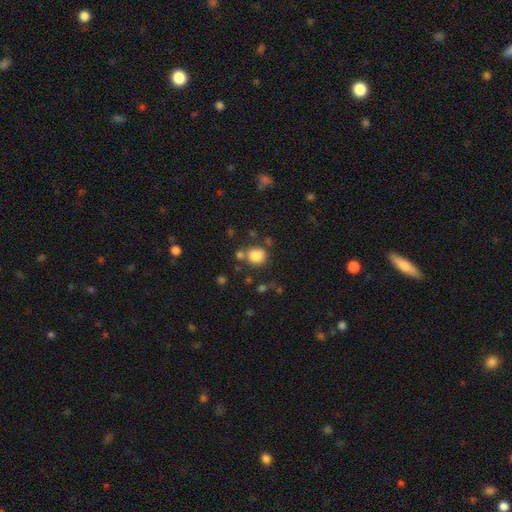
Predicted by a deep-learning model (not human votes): Smooth or featured? Predicted: smooth (p=0.83). How rounded? Predicted: round (p=0.81). Merging? Predicted: none (p=0.68).